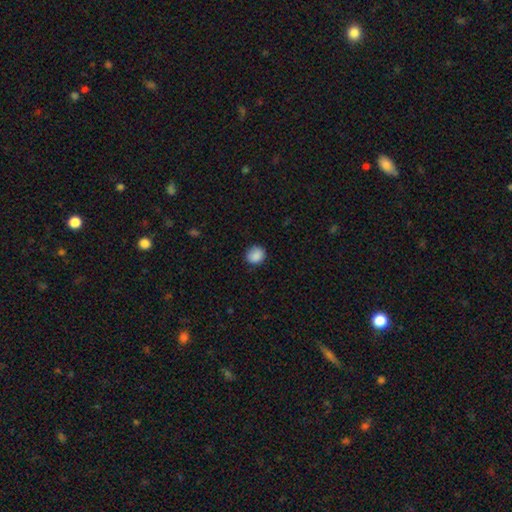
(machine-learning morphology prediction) Overall: smooth (88%). How rounded: round (78%). Merging: none (83%).